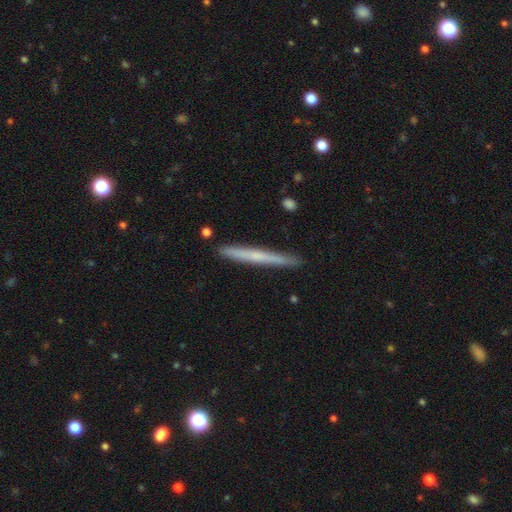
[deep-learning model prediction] Smooth or featured?
  - smooth: 50% *
  - featured or disk: 45%
  - star or artifact: 6%
Merging?
  - none: 89% *
  - minor disturbance: 8%
  - merger: 2%
  - major disturbance: 1%